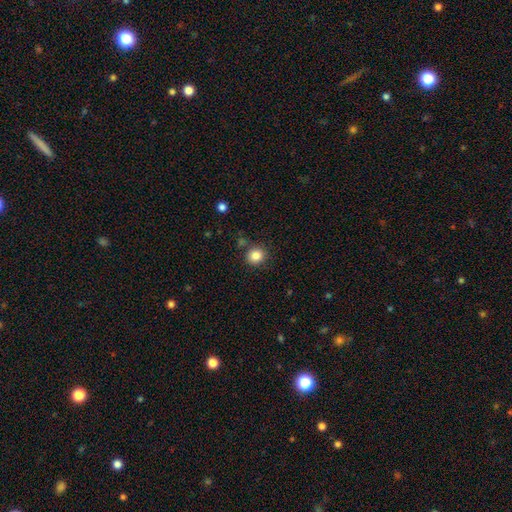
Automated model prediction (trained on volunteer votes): smooth 84%, star or artifact 11%, featured or disk 5%. Down the decision tree: how rounded — round (88%); merging — none (82%).